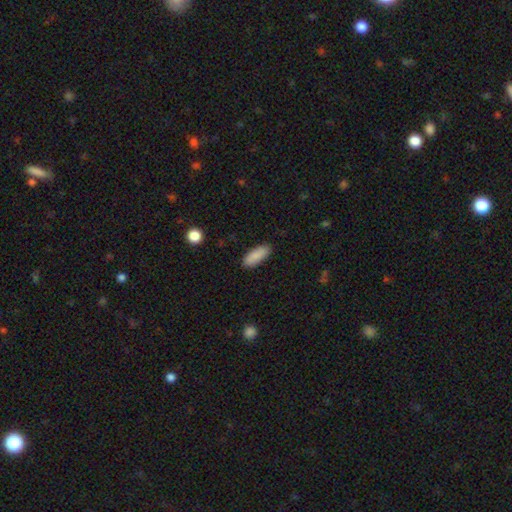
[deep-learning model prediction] Morphology: type=smooth (89%); roundness=in between (72%); merging=none (88%).